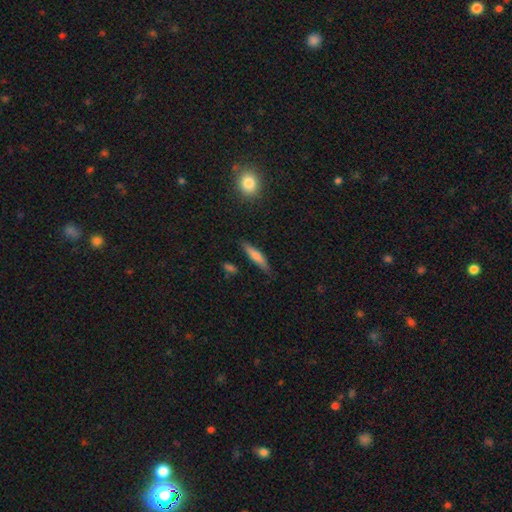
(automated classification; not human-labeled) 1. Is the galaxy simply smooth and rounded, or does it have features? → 67% smooth, 26% featured or disk, 7% star or artifact.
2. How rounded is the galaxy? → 82% cigar-shaped, 16% in between, 2% round.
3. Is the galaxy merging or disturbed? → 81% none, 14% minor disturbance, 3% major disturbance, 2% merger.